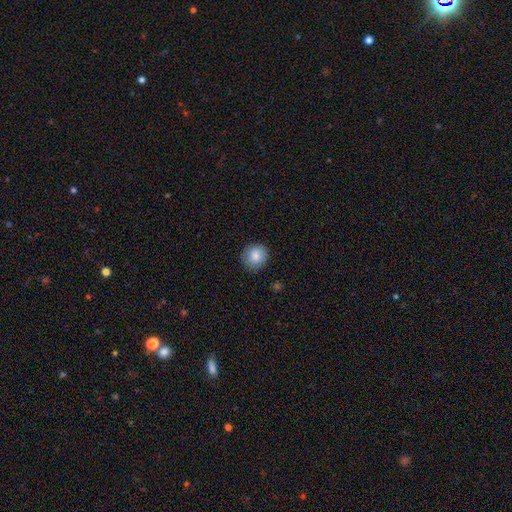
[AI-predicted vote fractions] Overall: smooth (85%). How rounded: round (89%). Merging: none (86%).